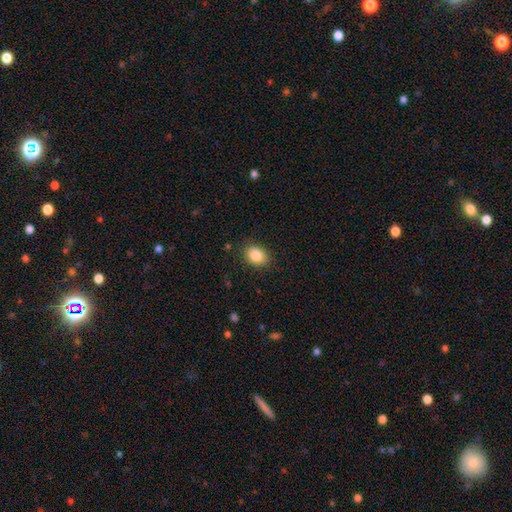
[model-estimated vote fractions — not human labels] A smooth galaxy with no disk features (86%) that is in between round and cigar-shaped (66%). Merging: none (86%).